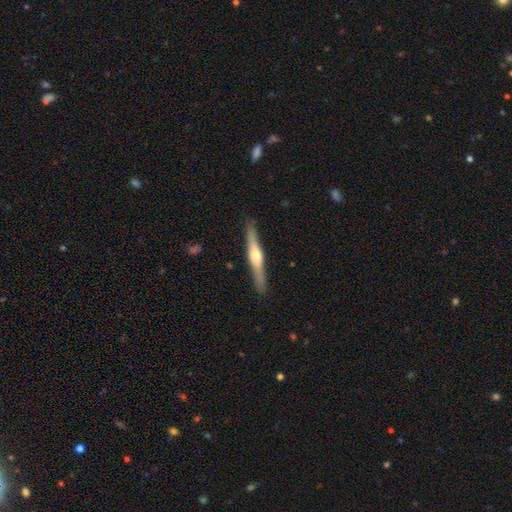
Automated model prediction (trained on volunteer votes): A featured or disk galaxy (68%) viewed edge-on (97%) with a rounded central bulge (90%).

Vote fractions:
- Smooth or featured? featured or disk: 68% / smooth: 27% / star or artifact: 5%
- Edge-on disk? yes: 97% / no: 3%
- Edge-on bulge? rounded: 90% / boxy: 5% / none: 5%
- Merging? none: 89% / minor disturbance: 8% / major disturbance: 2% / merger: 1%